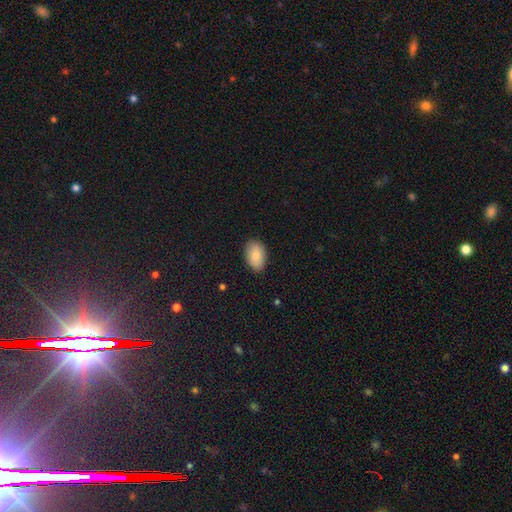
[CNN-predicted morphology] The model was most divided on "smooth or featured": smooth: 82%, featured or disk: 11%, star or artifact: 7%. More confident: how rounded — in between (91%); merging — none (87%).